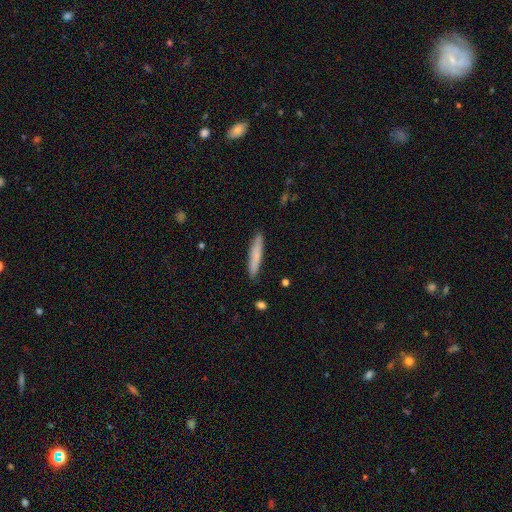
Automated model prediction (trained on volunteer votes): smooth-or-featured: smooth: 75% | featured or disk: 19% | star or artifact: 6%
  how-rounded: cigar-shaped: 93% | in between: 6% | round: 1%
  merging: none: 89% | minor disturbance: 8% | major disturbance: 1% | merger: 1%